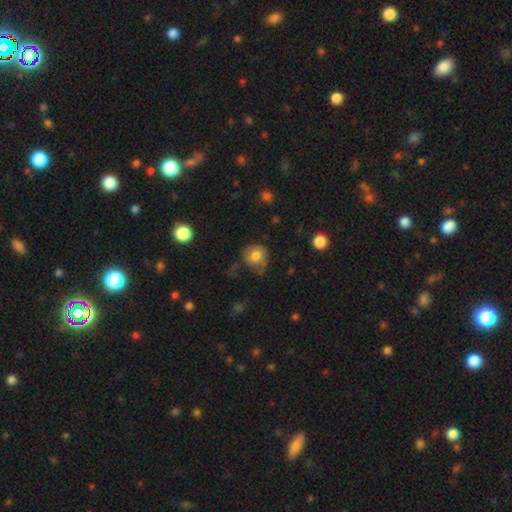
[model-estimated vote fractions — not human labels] The model was most divided on "merging": none: 52%, minor disturbance: 29%, major disturbance: 15%, merger: 3%. More confident: how rounded — round (77%); smooth or featured — smooth (76%).